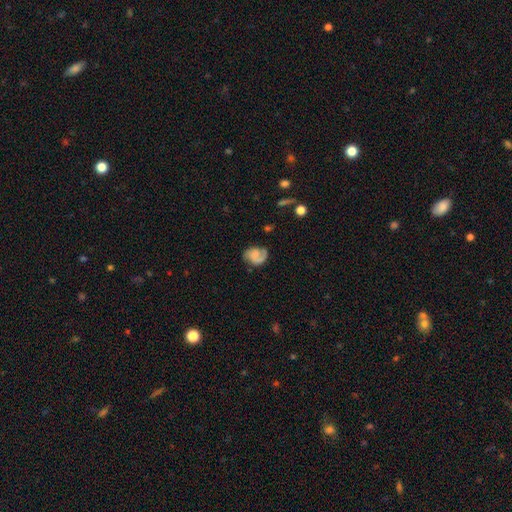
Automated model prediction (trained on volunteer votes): The model was most divided on "spiral winding": medium: 41%, tight: 35%, loose: 24%. More confident: edge-on disk — no (98%); spiral arms — yes (91%); bar — no (69%); merging — none (62%); smooth or featured — featured or disk (59%); bulge size — none (58%); spiral arm count — 2 (56%).